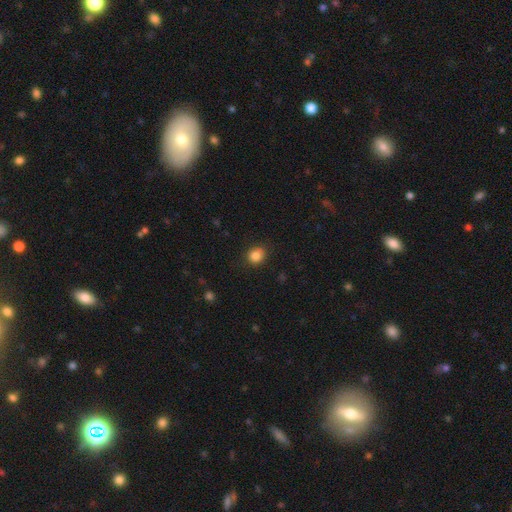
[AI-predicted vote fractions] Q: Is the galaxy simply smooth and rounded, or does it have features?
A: smooth — 84%.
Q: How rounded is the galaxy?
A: round — 73%.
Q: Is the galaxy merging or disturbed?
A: none — 86%.